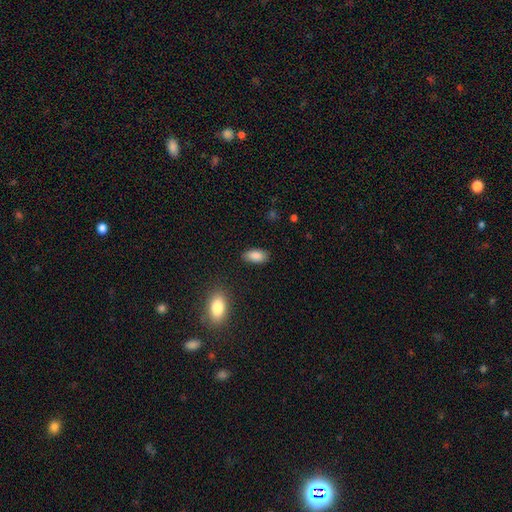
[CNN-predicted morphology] type=smooth (88%); roundness=in between (92%); merging=none (85%).